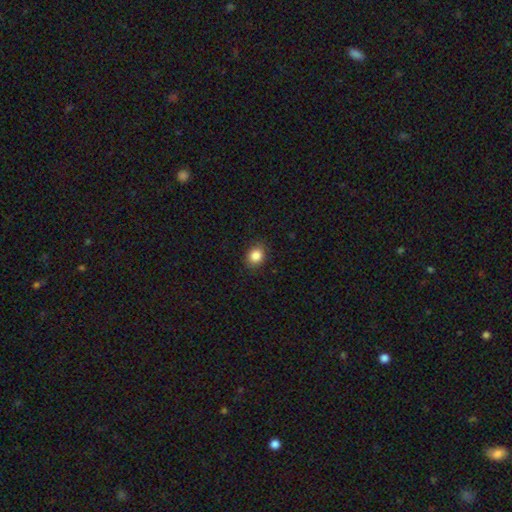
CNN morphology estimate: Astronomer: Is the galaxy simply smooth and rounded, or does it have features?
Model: smooth — 85%.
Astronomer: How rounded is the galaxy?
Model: round — 56% (runner-up: in between, 43%).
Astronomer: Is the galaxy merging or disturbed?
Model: none — 86%.